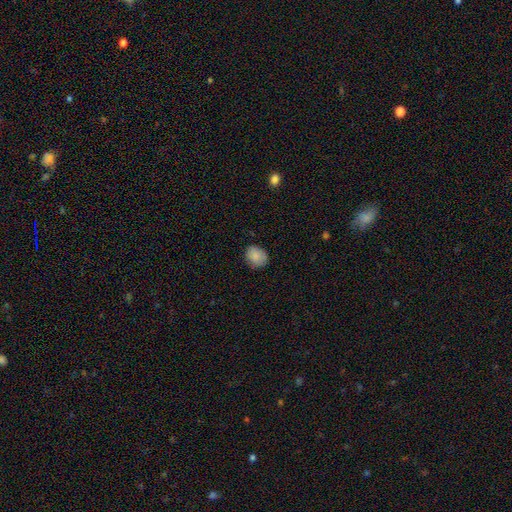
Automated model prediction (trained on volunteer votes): Overall: smooth (87%). How rounded: round (51%; in between 48%). Merging: none (81%).